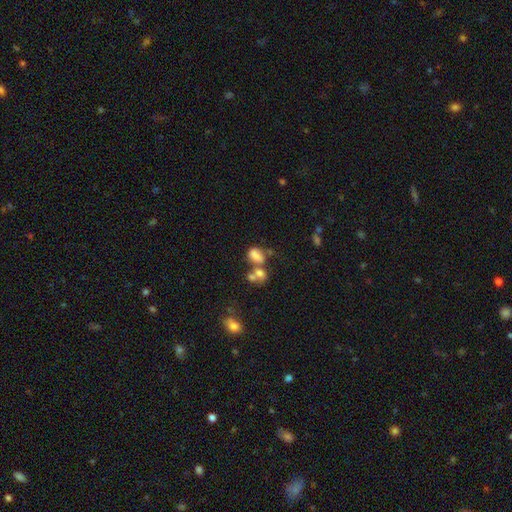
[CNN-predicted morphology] Overall: smooth (70%). How rounded: in between (79%). Merging: merger (52%; none 25%).